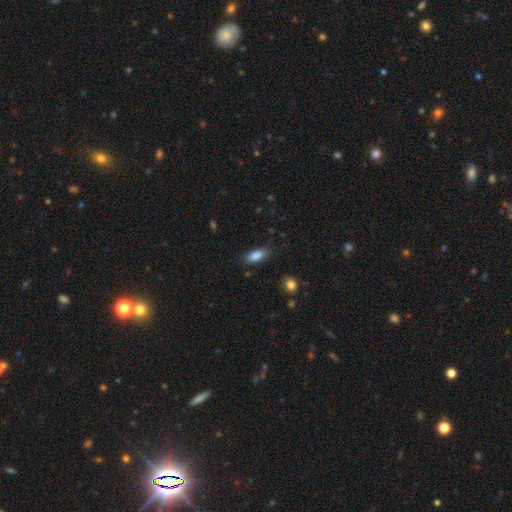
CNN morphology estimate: A smooth galaxy with no disk features (85%) that is in between round and cigar-shaped (75%).

Vote fractions:
- Smooth or featured? smooth: 85% / star or artifact: 8% / featured or disk: 7%
- How rounded? in between: 75% / cigar-shaped: 23% / round: 2%
- Merging? none: 78% / minor disturbance: 17% / major disturbance: 4% / merger: 1%